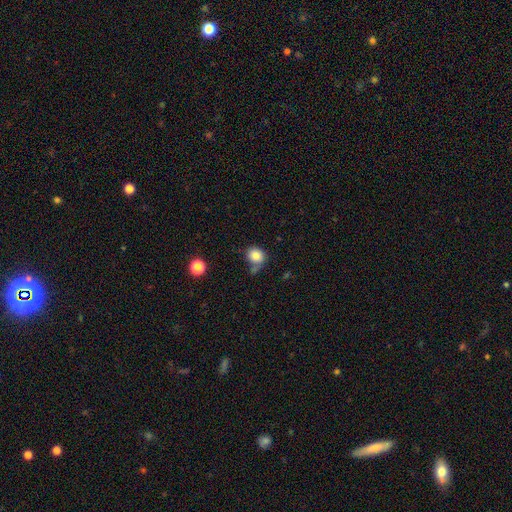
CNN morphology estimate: A smooth galaxy with no disk features (82%) that is round (72%).

Vote fractions:
- Smooth or featured? smooth: 82% / star or artifact: 10% / featured or disk: 8%
- How rounded? round: 72% / in between: 27% / cigar-shaped: 1%
- Merging? none: 57% / minor disturbance: 21% / merger: 14% / major disturbance: 9%